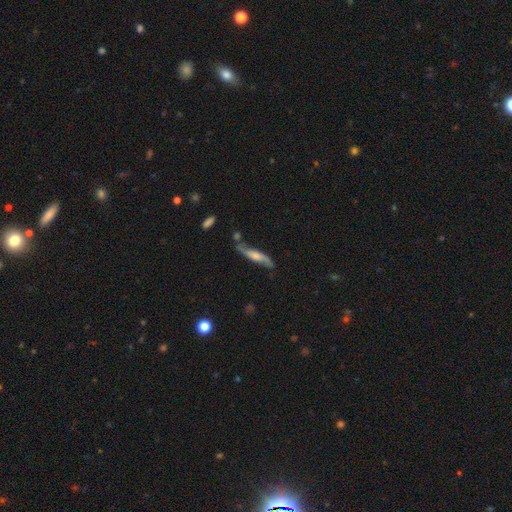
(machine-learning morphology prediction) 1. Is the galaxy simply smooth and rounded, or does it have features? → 55% featured or disk, 39% smooth, 6% star or artifact.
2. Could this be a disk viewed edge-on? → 51% yes, 49% no.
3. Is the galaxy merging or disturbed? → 62% none, 22% minor disturbance, 9% merger, 7% major disturbance.